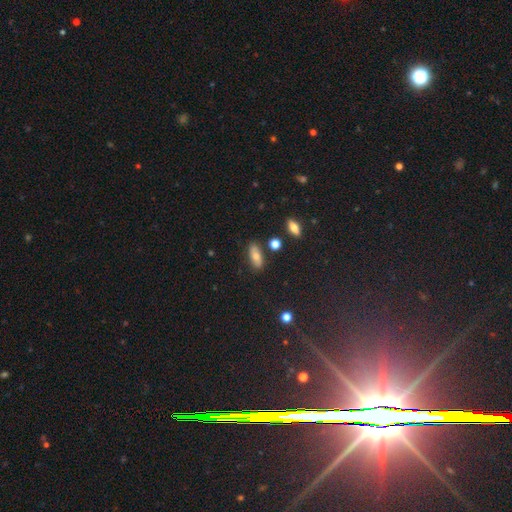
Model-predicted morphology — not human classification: This is likely a smooth galaxy (63%). How rounded: likely in between (74%). Merging: clearly none (81%).